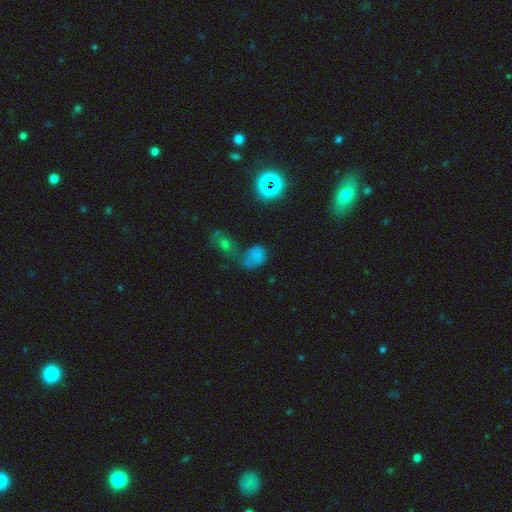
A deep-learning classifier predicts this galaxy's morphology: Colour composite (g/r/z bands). It shows a smooth galaxy with no disk features (58%) that is in between round and cigar-shaped (63%). Merging: merger (36%).